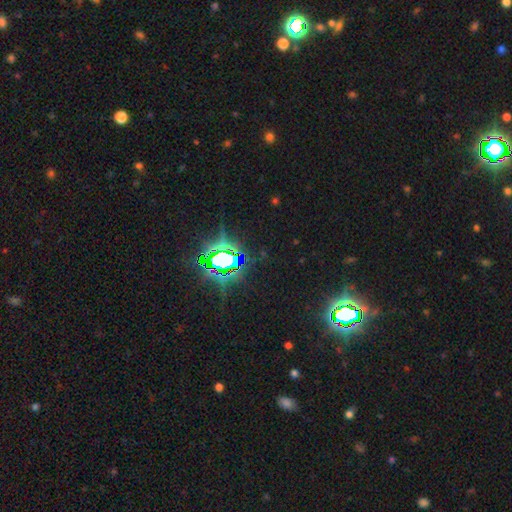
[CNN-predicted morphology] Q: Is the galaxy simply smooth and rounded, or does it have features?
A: star or artifact — 84%.